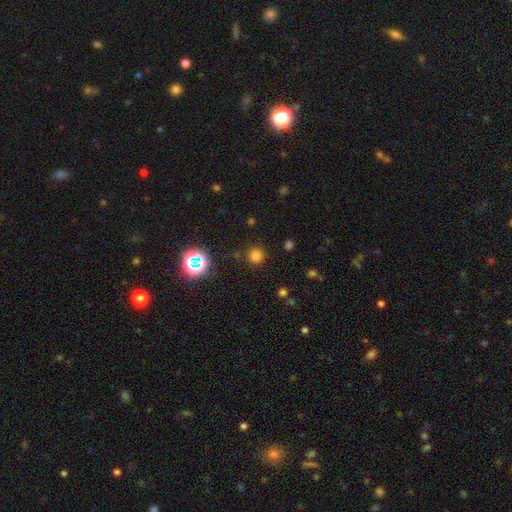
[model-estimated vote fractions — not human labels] smooth_or_featured: smooth (p=0.73) [alt: star or artifact p=0.22]
how_rounded: round (p=0.94) [alt: in between p=0.05]
merging: none (p=0.88) [alt: minor disturbance p=0.07]